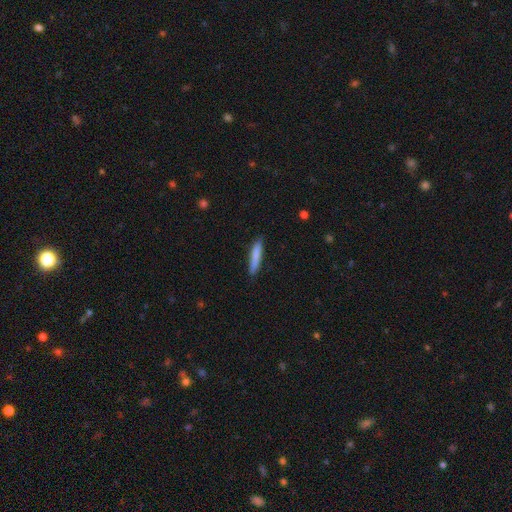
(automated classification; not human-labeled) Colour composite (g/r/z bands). It shows a smooth galaxy with no disk features (81%) that is cigar-shaped (91%). Merging: none (85%).